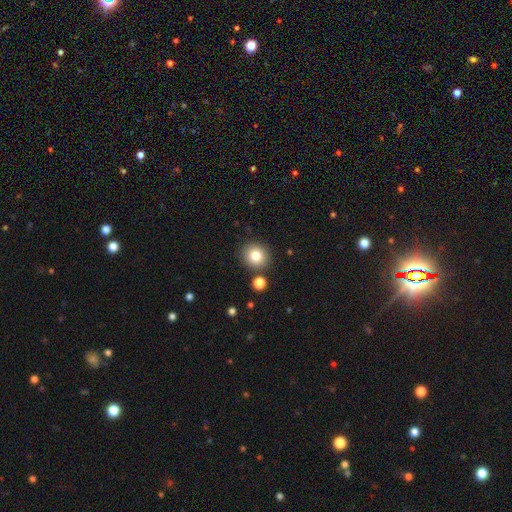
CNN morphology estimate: Smooth or featured?
  - smooth: 81% *
  - star or artifact: 11%
  - featured or disk: 8%
How rounded?
  - round: 84% *
  - in between: 15%
  - cigar-shaped: 1%
Merging?
  - none: 85% *
  - minor disturbance: 7%
  - merger: 6%
  - major disturbance: 2%